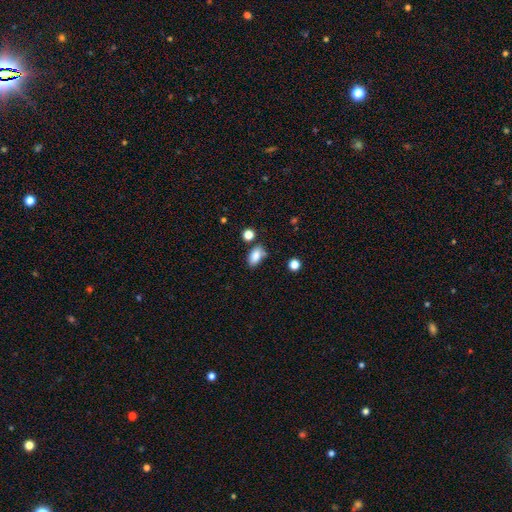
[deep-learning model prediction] The model was most divided on "merging": none: 66%, minor disturbance: 20%, merger: 9%, major disturbance: 5%. More confident: how rounded — in between (89%); smooth or featured — smooth (84%).